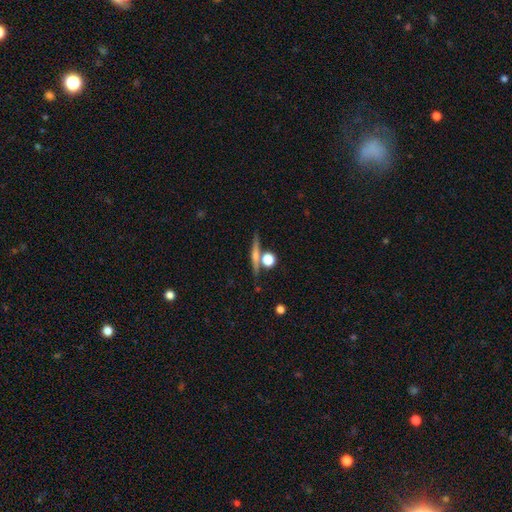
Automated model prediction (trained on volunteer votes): Smooth or featured?
  - featured or disk: 51% *
  - smooth: 37%
  - star or artifact: 11%
Edge-on disk?
  - yes: 94% *
  - no: 6%
Merging?
  - none: 75% *
  - merger: 13%
  - minor disturbance: 8%
  - major disturbance: 3%